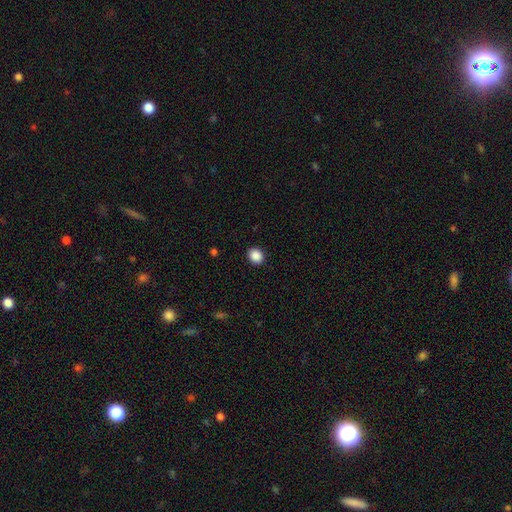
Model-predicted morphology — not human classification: Smooth or featured? smooth (89%)
How rounded? round (67%)
Merging? none (91%)